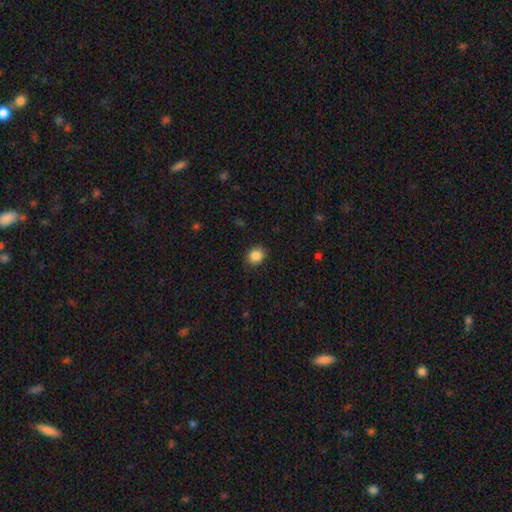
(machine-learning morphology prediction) This appears to be a smooth galaxy with no disk features (86%) that is round (68%). Merging: none (86%).